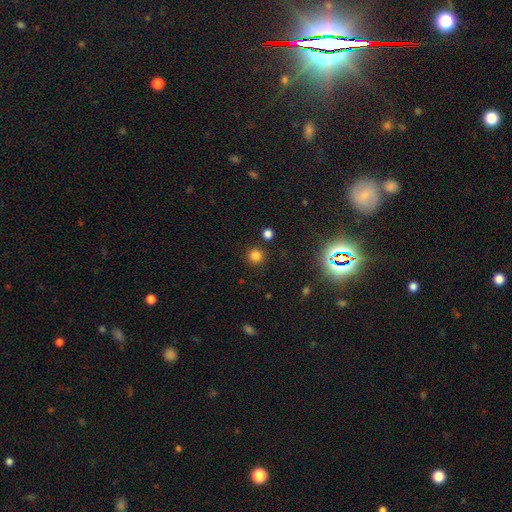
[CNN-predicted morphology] This is likely a smooth galaxy (79%). How rounded: clearly round (94%). Merging: clearly none (88%).